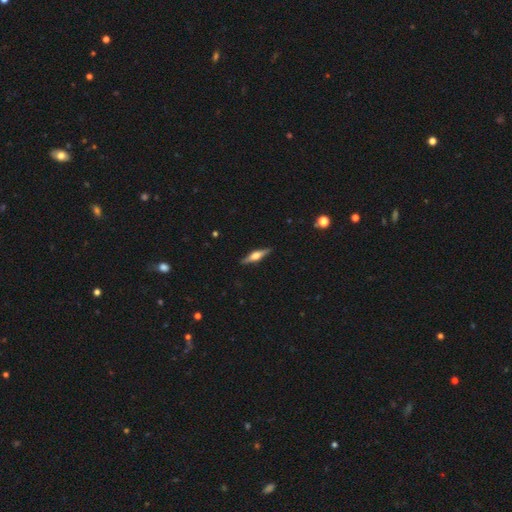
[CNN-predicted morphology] Smooth or featured: featured or disk — 69% (smooth — 25%)
Edge-on disk: yes — 97% (no — 3%)
Edge-on bulge: rounded — 91% (boxy — 7%)
Merging: none — 90% (minor disturbance — 7%)